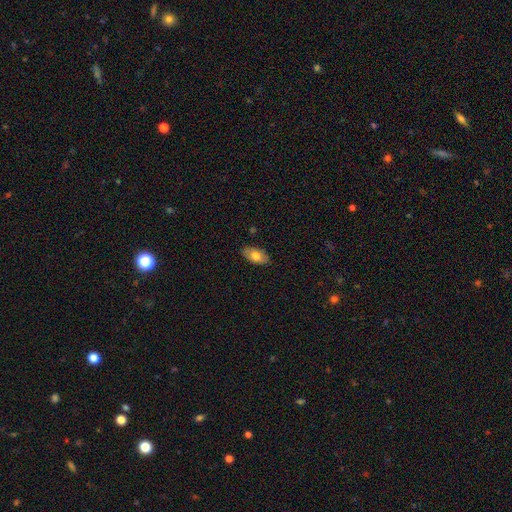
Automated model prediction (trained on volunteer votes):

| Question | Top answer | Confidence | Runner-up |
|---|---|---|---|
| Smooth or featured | smooth | 74% | featured or disk (19%) |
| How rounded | in between | 92% | round (4%) |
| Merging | none | 86% | minor disturbance (11%) |